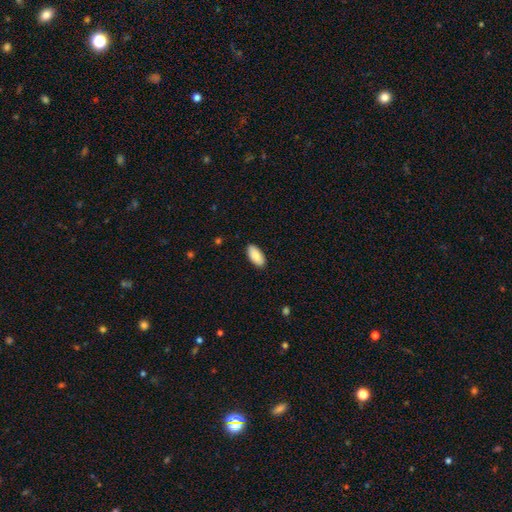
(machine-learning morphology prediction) The model was most divided on "merging": none: 89%, minor disturbance: 8%, major disturbance: 2%, merger: 1%. More confident: how rounded — in between (93%); smooth or featured — smooth (88%).